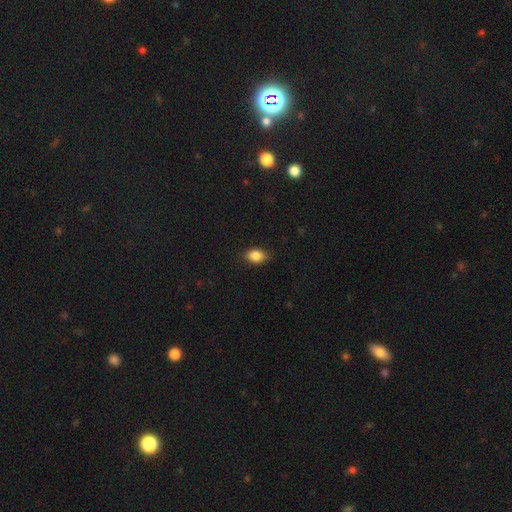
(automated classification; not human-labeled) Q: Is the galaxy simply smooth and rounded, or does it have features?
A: smooth — 86%.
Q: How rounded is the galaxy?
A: in between — 84%.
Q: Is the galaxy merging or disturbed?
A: none — 83%.